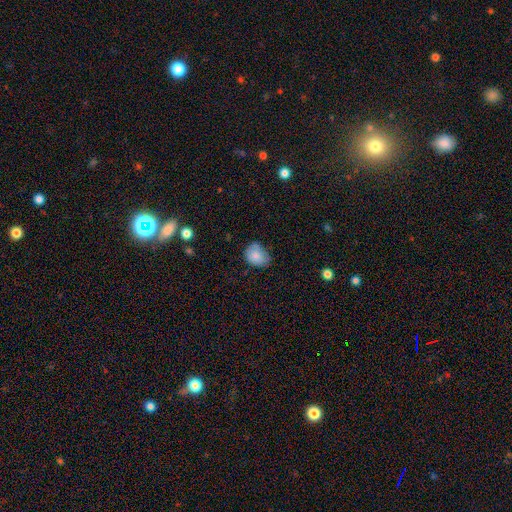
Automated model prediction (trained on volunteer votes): Morphology: type=smooth (82%); roundness=in between (55%); merging=none (52%).